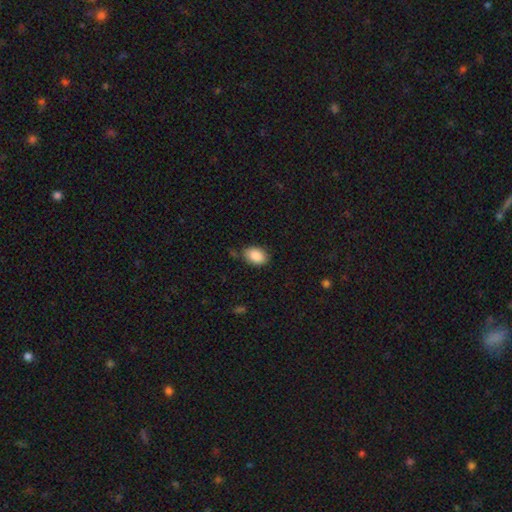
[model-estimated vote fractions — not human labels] Smooth or featured? Predicted: smooth (p=0.88). How rounded? Predicted: in between (p=0.86). Merging? Predicted: none (p=0.77).